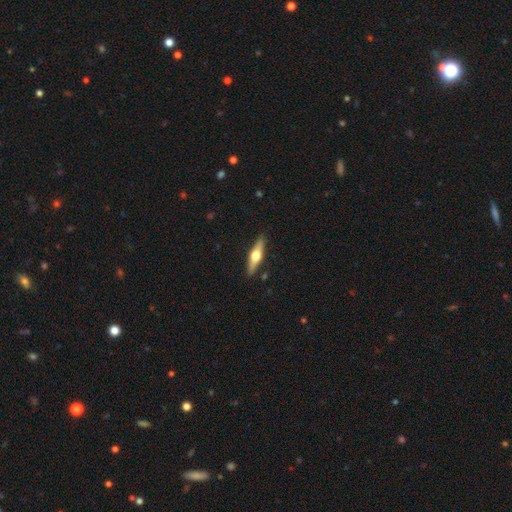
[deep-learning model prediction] Smooth or featured?
  - featured or disk: 64% *
  - smooth: 31%
  - star or artifact: 5%
Edge-on disk?
  - yes: 96% *
  - no: 4%
Edge-on bulge?
  - rounded: 95% *
  - boxy: 3%
  - none: 2%
Merging?
  - none: 89% *
  - minor disturbance: 8%
  - major disturbance: 2%
  - merger: 1%